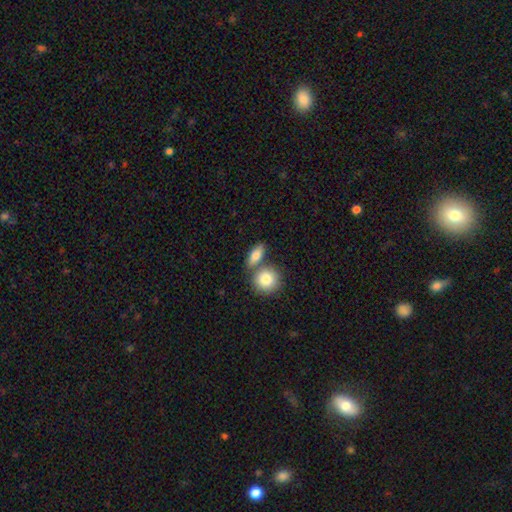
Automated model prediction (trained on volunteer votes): smooth_or_featured: smooth (p=0.82) [alt: featured or disk p=0.11]
how_rounded: in between (p=0.74) [alt: round p=0.18]
merging: none (p=0.54) [alt: merger p=0.32]